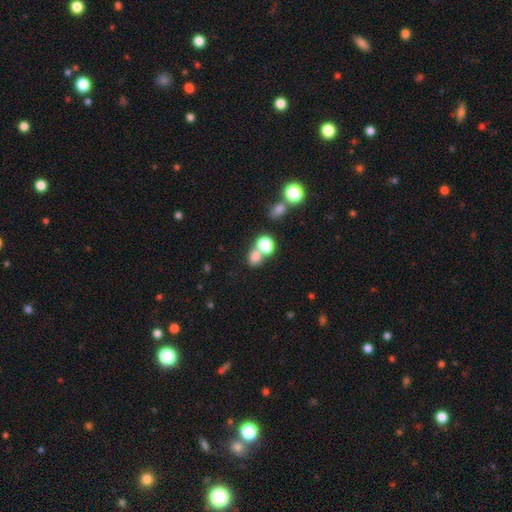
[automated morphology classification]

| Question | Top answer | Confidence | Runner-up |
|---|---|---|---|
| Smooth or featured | smooth | 75% | star or artifact (14%) |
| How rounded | round | 50% | in between (49%) |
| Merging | merger | 52% | none (35%) |